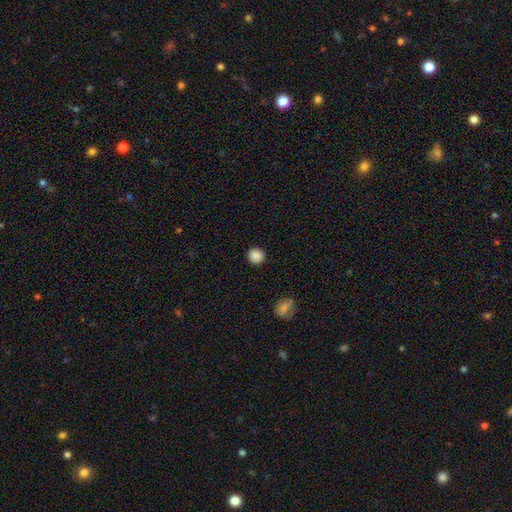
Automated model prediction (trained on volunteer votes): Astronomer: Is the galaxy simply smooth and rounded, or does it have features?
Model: smooth — 88%.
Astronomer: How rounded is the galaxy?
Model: round — 93%.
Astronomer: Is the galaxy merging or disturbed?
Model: none — 92%.